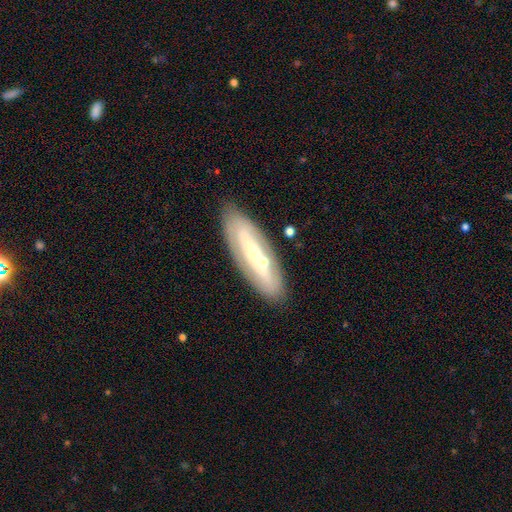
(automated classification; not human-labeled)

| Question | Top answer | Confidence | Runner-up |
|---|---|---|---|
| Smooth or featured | featured or disk | 65% | smooth (28%) |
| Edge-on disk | no | 74% | yes (26%) |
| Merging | none | 74% | minor disturbance (14%) |